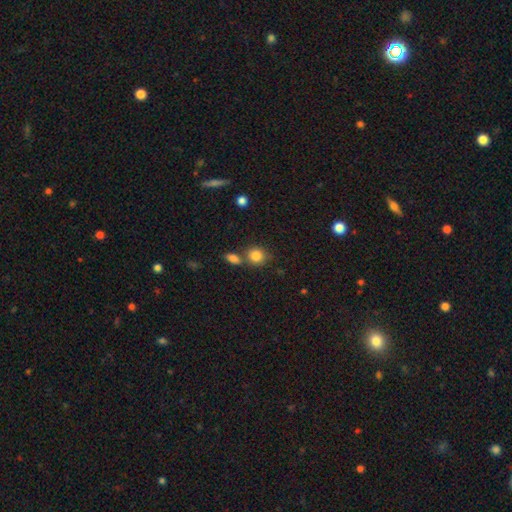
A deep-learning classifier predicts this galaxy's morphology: Smooth or featured?
  - smooth: 84% *
  - star or artifact: 10%
  - featured or disk: 6%
How rounded?
  - round: 78% *
  - in between: 20%
  - cigar-shaped: 1%
Merging?
  - none: 63% *
  - merger: 22%
  - minor disturbance: 11%
  - major disturbance: 3%